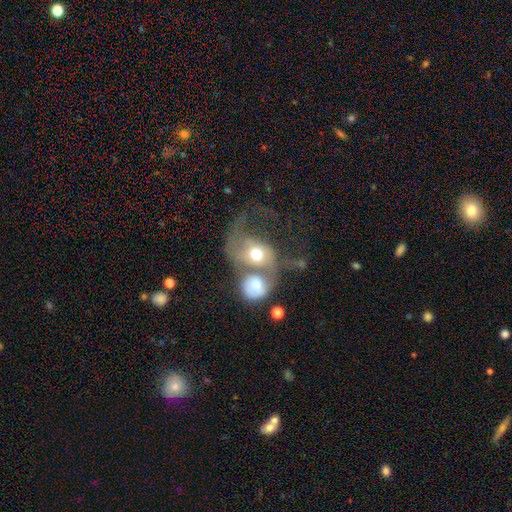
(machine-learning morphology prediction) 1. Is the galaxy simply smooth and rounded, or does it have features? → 65% featured or disk, 22% smooth, 13% star or artifact.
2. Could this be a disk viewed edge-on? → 96% no, 4% yes.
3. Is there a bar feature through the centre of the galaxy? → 67% no, 24% weak, 9% strong.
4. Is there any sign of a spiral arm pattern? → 73% yes, 27% no.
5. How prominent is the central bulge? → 64% moderate, 20% small, 11% large, 3% none, 2% dominant.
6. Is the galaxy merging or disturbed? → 50% merger, 21% none, 19% major disturbance, 10% minor disturbance.